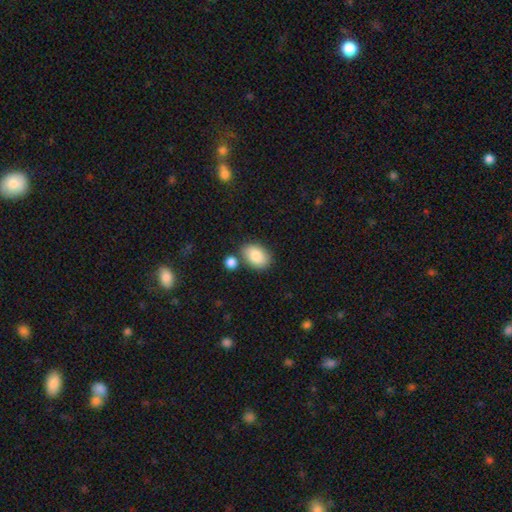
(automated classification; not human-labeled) This is clearly a smooth galaxy (83%). How rounded: clearly in between (81%). Merging: likely none (72%).